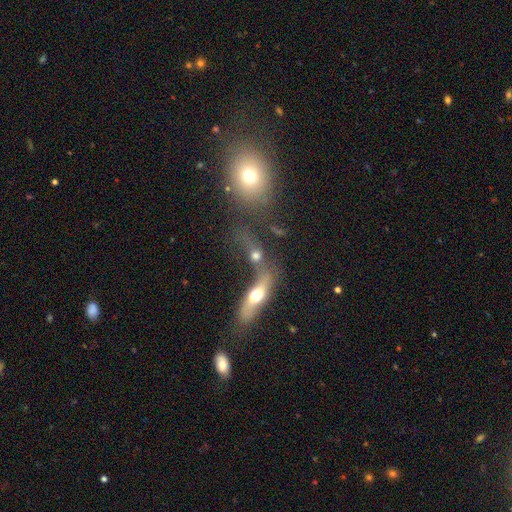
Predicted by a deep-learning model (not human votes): smooth 48%, featured or disk 36%, star or artifact 16%. Down the decision tree: merging — merger (45%).